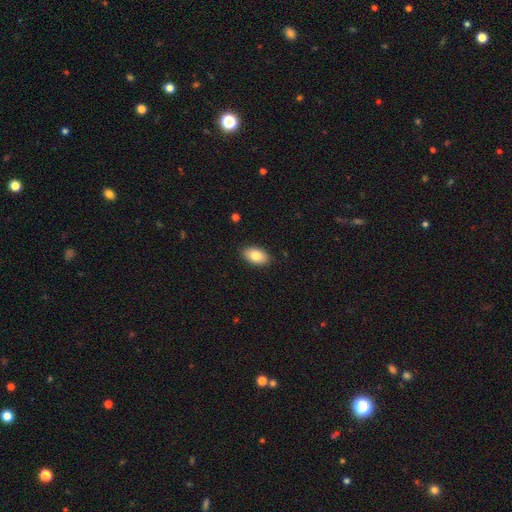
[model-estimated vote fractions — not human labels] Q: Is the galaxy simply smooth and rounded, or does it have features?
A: smooth — 83%.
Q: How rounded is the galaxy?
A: in between — 93%.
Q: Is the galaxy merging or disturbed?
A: none — 88%.